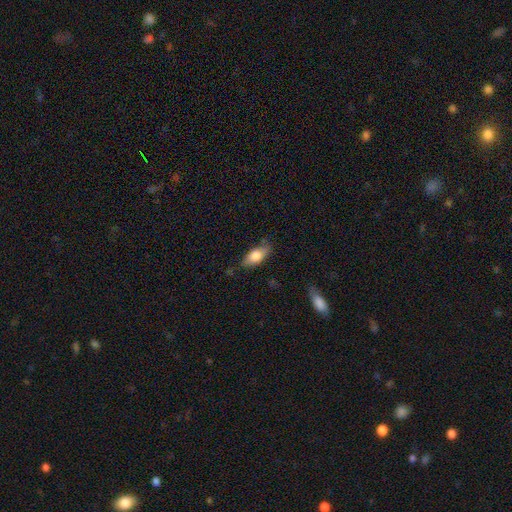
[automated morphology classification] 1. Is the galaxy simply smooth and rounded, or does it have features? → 76% smooth, 17% featured or disk, 7% star or artifact.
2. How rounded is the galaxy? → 82% in between, 15% cigar-shaped, 3% round.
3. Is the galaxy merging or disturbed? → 72% none, 21% minor disturbance, 5% major disturbance, 2% merger.